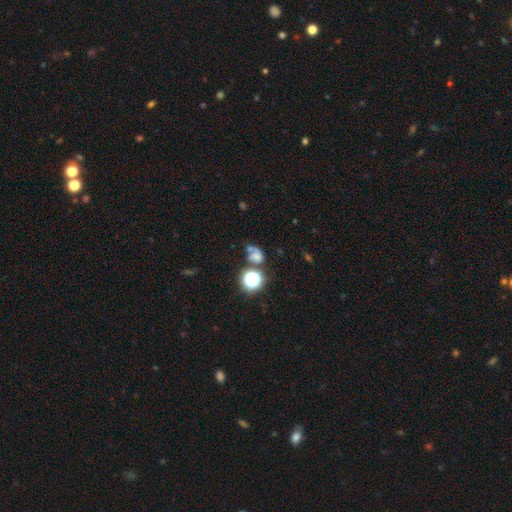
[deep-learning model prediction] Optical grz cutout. It shows a smooth galaxy with no disk features (52%) that is round (61%). Merging: none (35%).